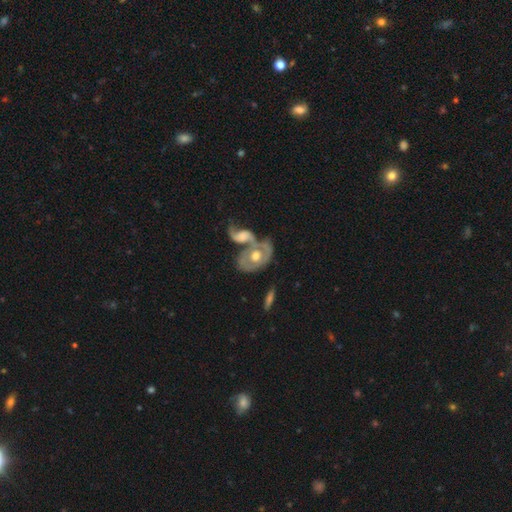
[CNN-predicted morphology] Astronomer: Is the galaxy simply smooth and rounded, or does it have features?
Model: featured or disk — 73%.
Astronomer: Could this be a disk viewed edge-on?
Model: no — 94%.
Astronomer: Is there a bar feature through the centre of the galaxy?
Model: no — 71%.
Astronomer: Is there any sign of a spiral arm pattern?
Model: yes — 73%.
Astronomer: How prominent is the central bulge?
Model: moderate — 70%.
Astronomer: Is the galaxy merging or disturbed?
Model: merger — 56%.